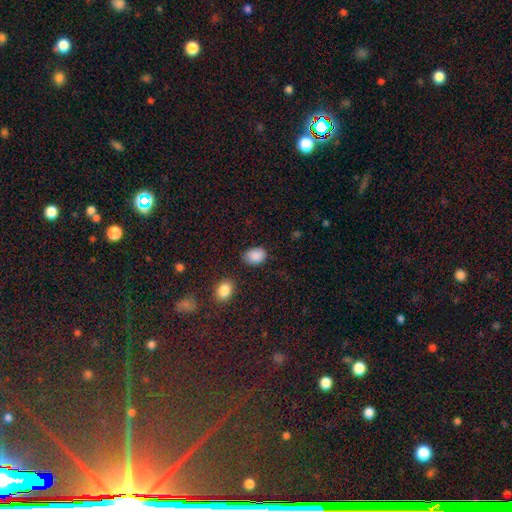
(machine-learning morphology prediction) Smooth or featured: smooth — 88% (star or artifact — 8%)
How rounded: in between — 75% (round — 24%)
Merging: none — 72% (minor disturbance — 21%)